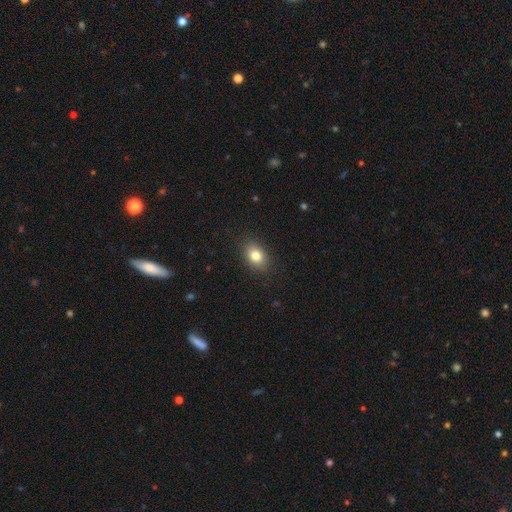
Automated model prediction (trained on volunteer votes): smooth_or_featured: smooth (p=0.81) [alt: star or artifact p=0.10]
how_rounded: in between (p=0.75) [alt: round p=0.24]
merging: none (p=0.87) [alt: minor disturbance p=0.10]